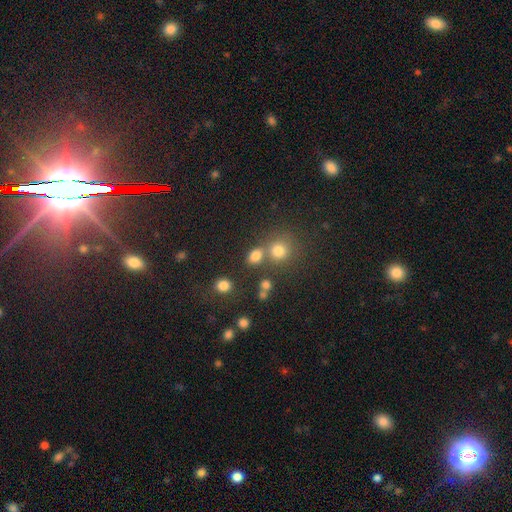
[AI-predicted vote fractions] Overall: smooth (77%). How rounded: in between (49%, tied with round). Merging: none (60%; merger 26%).